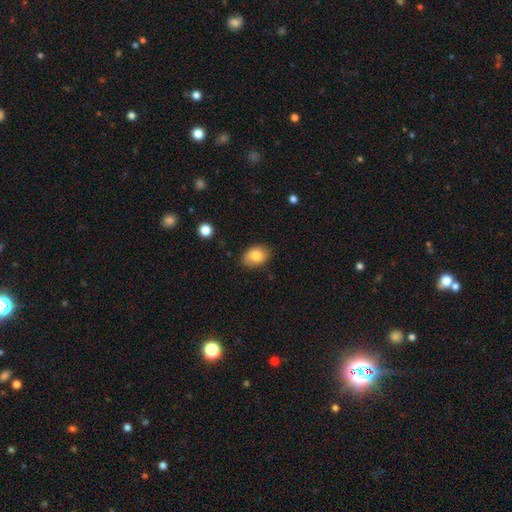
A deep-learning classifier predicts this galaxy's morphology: type=smooth (83%); roundness=in between (76%); merging=none (79%).